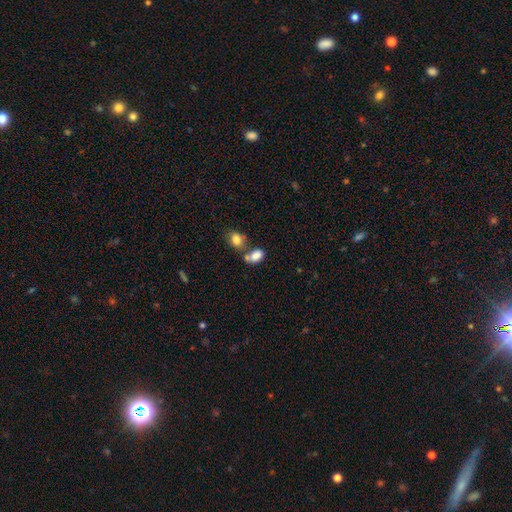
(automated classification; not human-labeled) Q: Smooth or featured?
A: smooth (82%); runner-up: star or artifact (10%)
Q: How rounded?
A: in between (85%); runner-up: round (13%)
Q: Merging?
A: merger (43%); runner-up: none (39%)